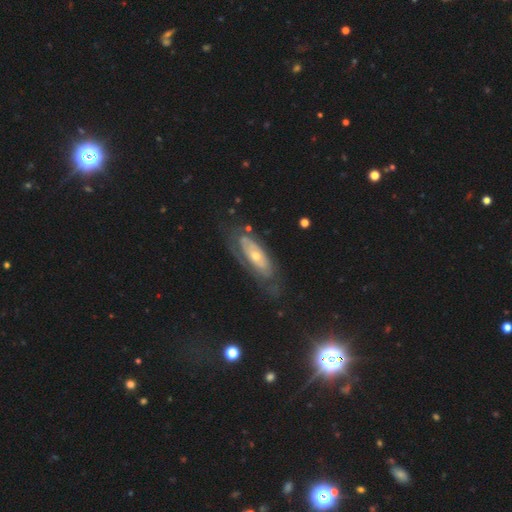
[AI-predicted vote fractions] This appears to be a featured or disk galaxy (70%) with no bar (80%), spiral arms (59%) and a small central bulge (50%). Merging: none (62%).